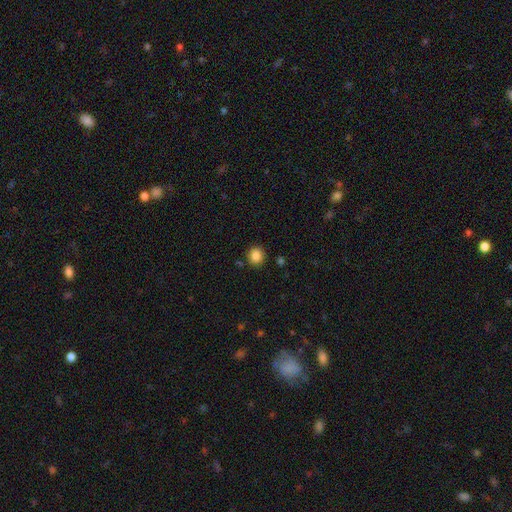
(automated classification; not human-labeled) A smooth galaxy with no disk features (85%) that is round (89%). Merging: none (88%).